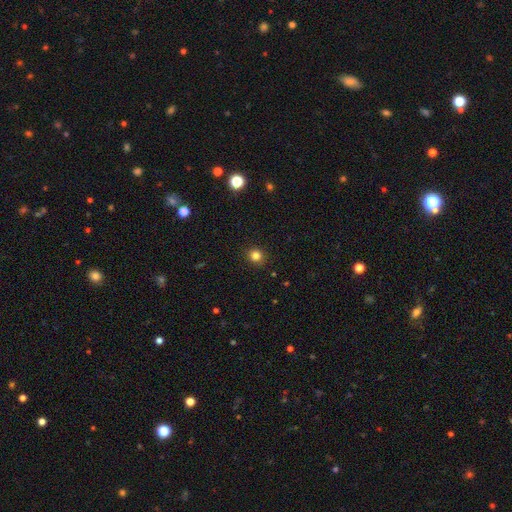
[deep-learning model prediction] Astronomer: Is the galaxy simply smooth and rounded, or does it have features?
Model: smooth — 82%.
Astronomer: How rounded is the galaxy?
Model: round — 87%.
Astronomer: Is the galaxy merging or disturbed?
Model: none — 91%.